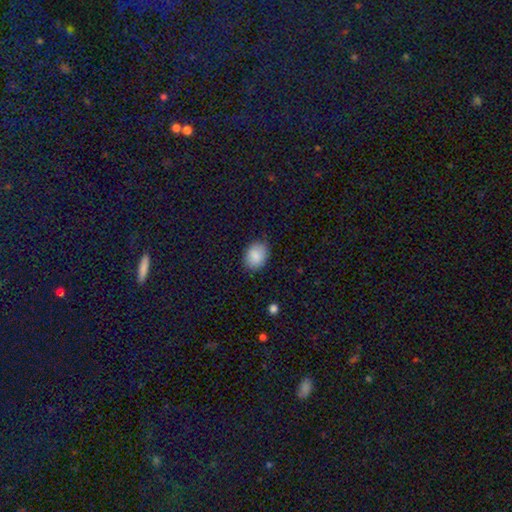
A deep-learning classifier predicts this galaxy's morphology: Smooth or featured: smooth — 88% (star or artifact — 7%)
How rounded: in between — 66% (round — 33%)
Merging: none — 84% (minor disturbance — 12%)